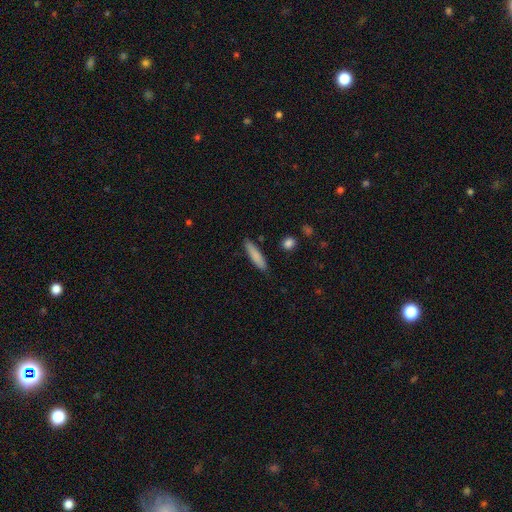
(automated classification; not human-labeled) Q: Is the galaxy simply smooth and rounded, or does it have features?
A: smooth — 82%.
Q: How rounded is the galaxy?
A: cigar-shaped — 83%.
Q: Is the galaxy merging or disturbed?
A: none — 86%.